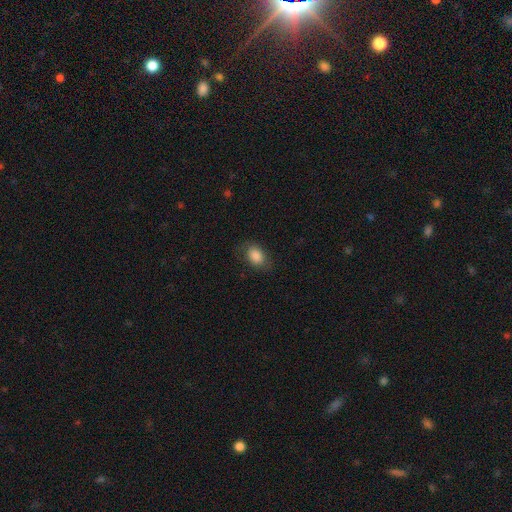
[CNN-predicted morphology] Overall: smooth (84%). How rounded: in between (81%). Merging: none (76%).